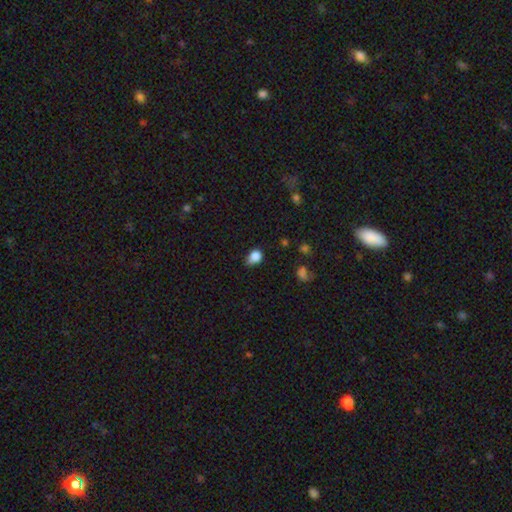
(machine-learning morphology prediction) Q: Smooth or featured?
A: smooth (85%); runner-up: star or artifact (10%)
Q: How rounded?
A: in between (65%); runner-up: round (34%)
Q: Merging?
A: none (55%); runner-up: minor disturbance (36%)